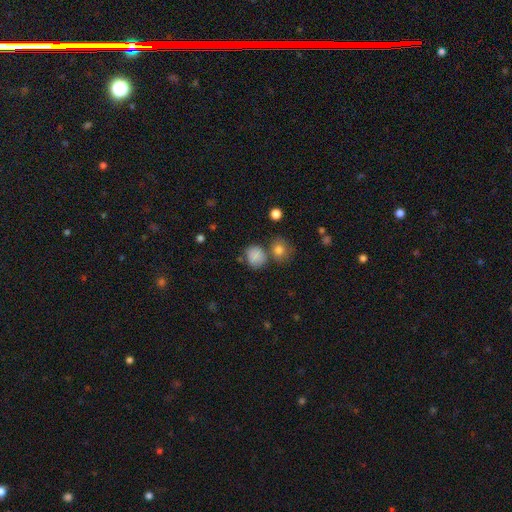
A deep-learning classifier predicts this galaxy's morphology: Smooth or featured?
  - smooth: 84% *
  - star or artifact: 10%
  - featured or disk: 6%
How rounded?
  - round: 74% *
  - in between: 25%
  - cigar-shaped: 1%
Merging?
  - none: 63% *
  - merger: 16%
  - minor disturbance: 15%
  - major disturbance: 5%